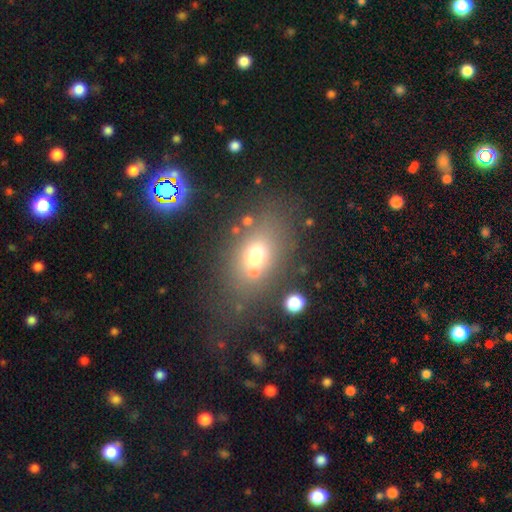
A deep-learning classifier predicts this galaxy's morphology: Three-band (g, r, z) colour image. It shows a smooth galaxy with no disk features (67%) that is in between round and cigar-shaped (66%). Merging: none (67%).